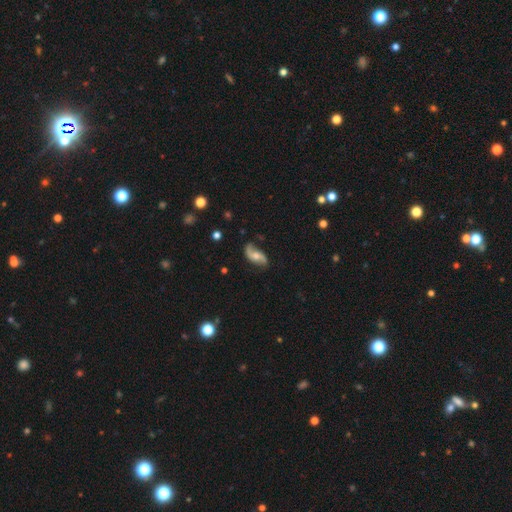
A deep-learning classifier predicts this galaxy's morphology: Q: Smooth or featured?
A: featured or disk (77%); runner-up: smooth (17%)
Q: Edge-on disk?
A: no (95%); runner-up: yes (5%)
Q: Bar?
A: no (60%); runner-up: weak (31%)
Q: Spiral arms?
A: yes (94%); runner-up: no (6%)
Q: Spiral winding?
A: loose (72%); runner-up: medium (21%)
Q: Spiral arm count?
A: 2 (91%); runner-up: can't tell (3%)
Q: Bulge size?
A: moderate (55%); runner-up: small (33%)
Q: Merging?
A: none (72%); runner-up: minor disturbance (19%)